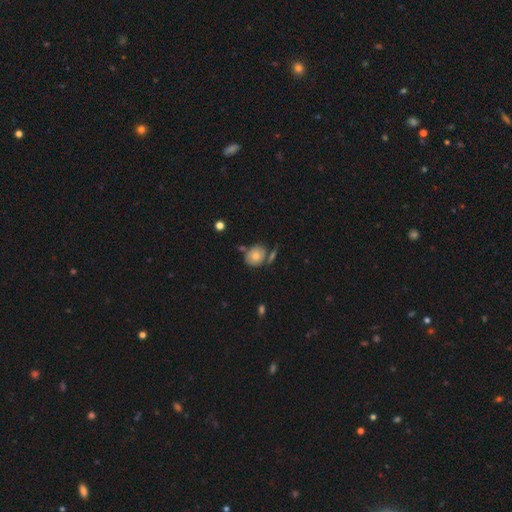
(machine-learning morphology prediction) This is likely a smooth galaxy (74%). How rounded: likely round (71%). Merging: likely none (61%).